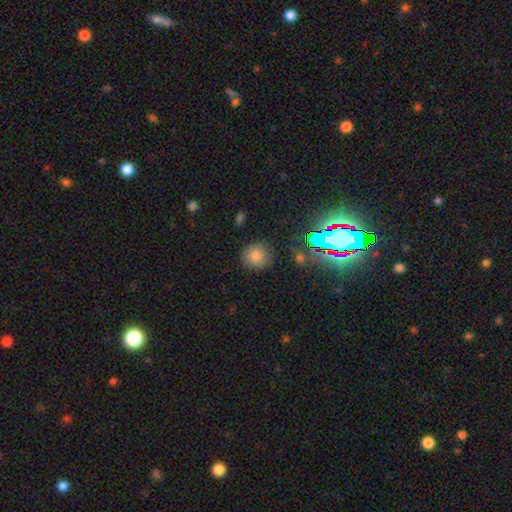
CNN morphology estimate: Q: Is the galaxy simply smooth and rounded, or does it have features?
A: smooth — 76%.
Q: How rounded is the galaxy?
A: round — 90%.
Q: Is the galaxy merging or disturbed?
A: none — 84%.